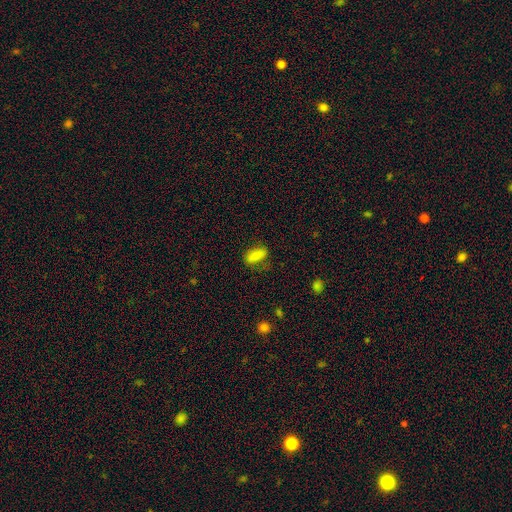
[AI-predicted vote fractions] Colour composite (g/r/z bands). It shows a smooth galaxy with no disk features (75%) that is in between round and cigar-shaped (82%). Merging: none (75%).